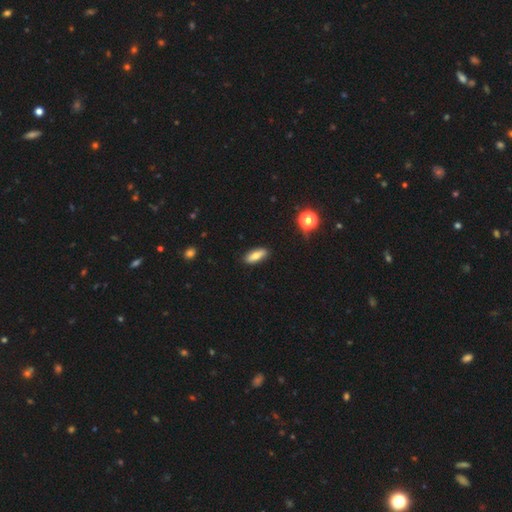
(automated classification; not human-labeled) smooth-or-featured: smooth: 72% | featured or disk: 20% | star or artifact: 8%
  how-rounded: in between: 66% | cigar-shaped: 31% | round: 3%
  merging: none: 87% | minor disturbance: 10% | major disturbance: 2% | merger: 1%